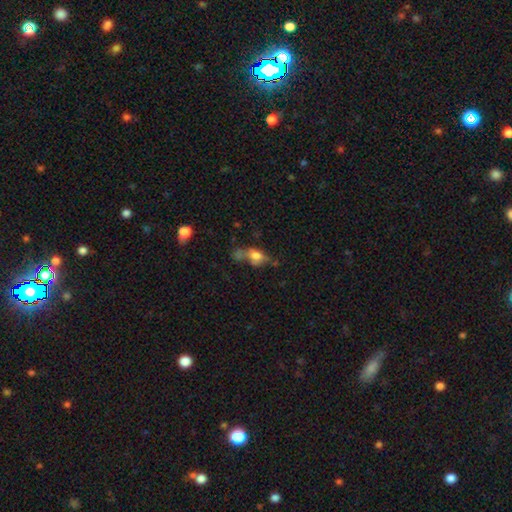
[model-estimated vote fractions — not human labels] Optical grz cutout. It shows a smooth galaxy with no disk features (61%) that is in between round and cigar-shaped (69%). Merging: none (32%).